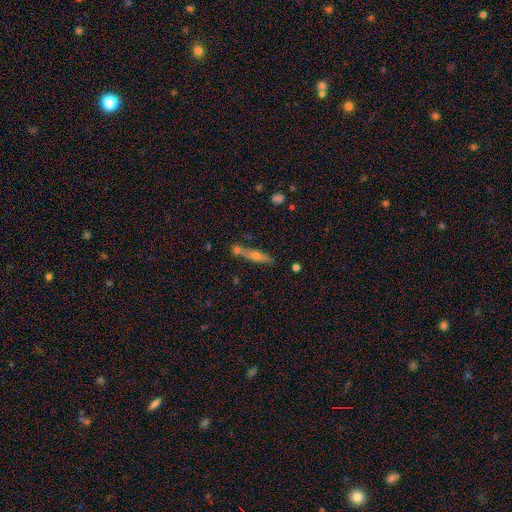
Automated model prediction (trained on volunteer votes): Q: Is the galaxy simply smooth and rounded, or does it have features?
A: featured or disk — 51%.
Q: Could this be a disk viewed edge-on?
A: yes — 87%.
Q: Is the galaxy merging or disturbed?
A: none — 66%.